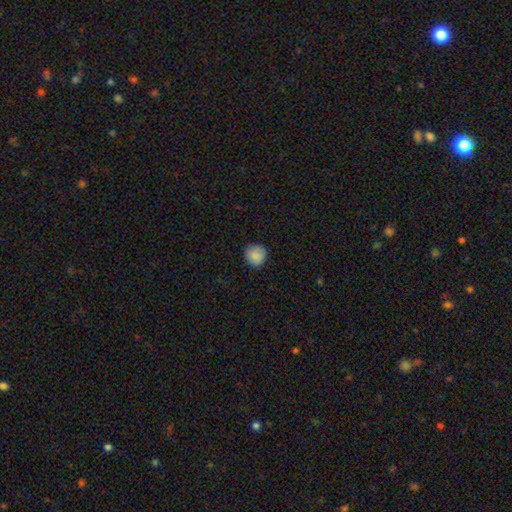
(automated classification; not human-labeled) Q: Smooth or featured?
A: smooth (87%); runner-up: star or artifact (9%)
Q: How rounded?
A: round (92%); runner-up: in between (7%)
Q: Merging?
A: none (86%); runner-up: minor disturbance (10%)